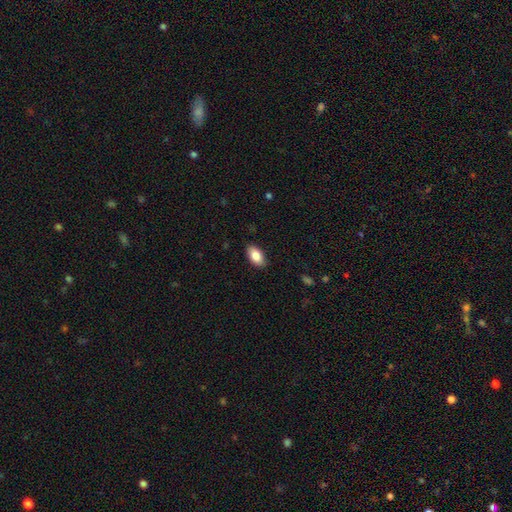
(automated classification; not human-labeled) Overall: smooth (86%). How rounded: in between (94%). Merging: none (86%).